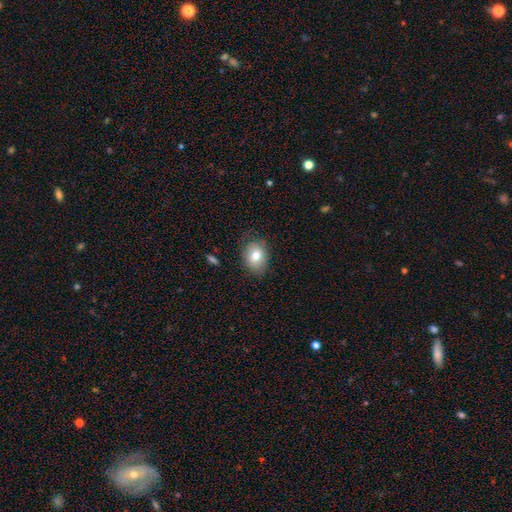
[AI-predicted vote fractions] A smooth galaxy with no disk features (79%) that is in between round and cigar-shaped (68%).

Vote fractions:
- Smooth or featured? smooth: 79% / featured or disk: 13% / star or artifact: 9%
- How rounded? in between: 68% / round: 31% / cigar-shaped: 1%
- Merging? none: 75% / minor disturbance: 19% / major disturbance: 4% / merger: 1%